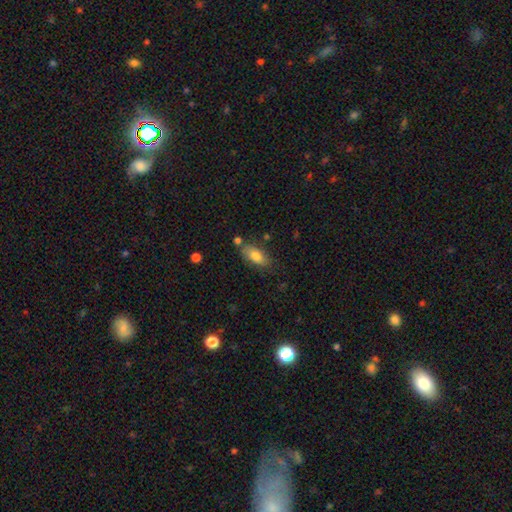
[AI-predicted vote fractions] Smooth or featured?
  - smooth: 79% *
  - featured or disk: 14%
  - star or artifact: 7%
How rounded?
  - in between: 85% *
  - cigar-shaped: 11%
  - round: 3%
Merging?
  - none: 73% *
  - minor disturbance: 16%
  - merger: 8%
  - major disturbance: 4%